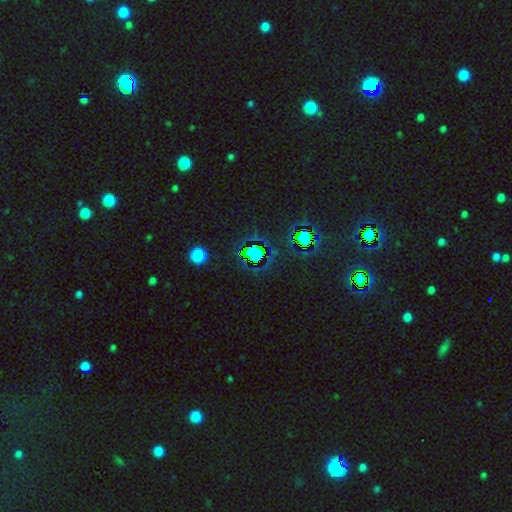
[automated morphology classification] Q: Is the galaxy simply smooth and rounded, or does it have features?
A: star or artifact — 75%.